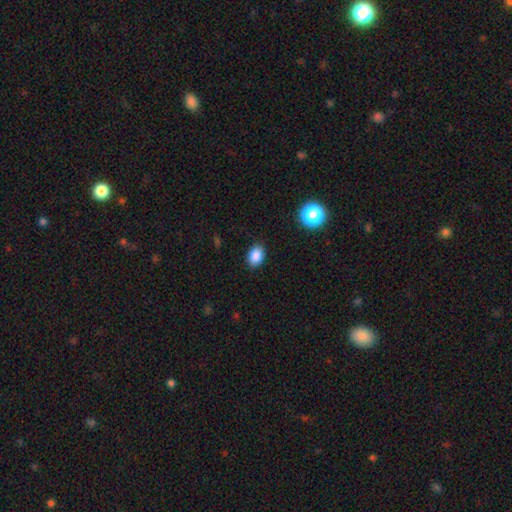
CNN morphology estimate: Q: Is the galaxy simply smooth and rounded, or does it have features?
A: smooth — 87%.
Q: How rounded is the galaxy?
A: in between — 76%.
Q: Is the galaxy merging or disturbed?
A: none — 88%.